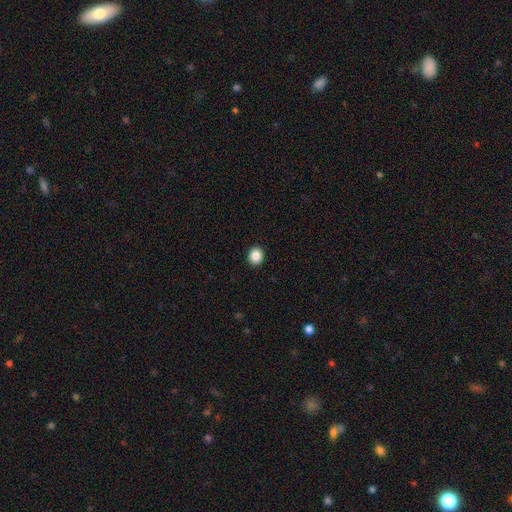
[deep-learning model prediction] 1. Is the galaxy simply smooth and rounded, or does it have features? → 88% smooth, 9% star or artifact, 3% featured or disk.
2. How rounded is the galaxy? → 78% round, 21% in between, 1% cigar-shaped.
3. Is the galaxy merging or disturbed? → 92% none, 5% minor disturbance, 2% major disturbance, 1% merger.